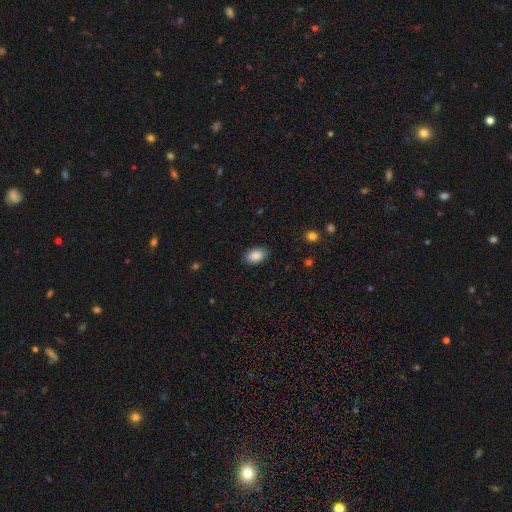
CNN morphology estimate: Smooth or featured?
  - smooth: 89% *
  - star or artifact: 7%
  - featured or disk: 4%
How rounded?
  - in between: 90% *
  - round: 8%
  - cigar-shaped: 1%
Merging?
  - none: 88% *
  - minor disturbance: 9%
  - major disturbance: 2%
  - merger: 1%